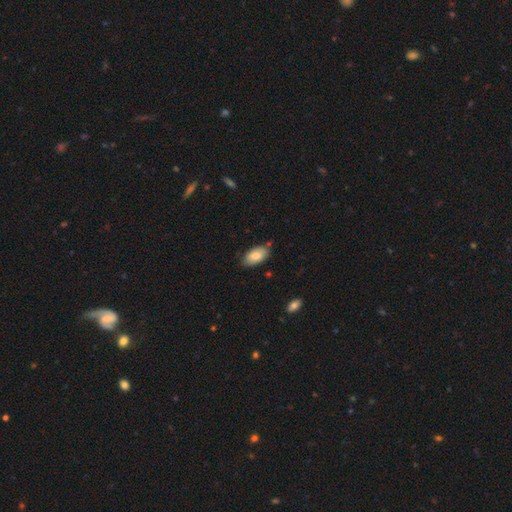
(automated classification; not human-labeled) smooth_or_featured: smooth (p=0.79) [alt: featured or disk p=0.15]
how_rounded: in between (p=0.94) [alt: round p=0.03]
merging: none (p=0.75) [alt: minor disturbance p=0.19]